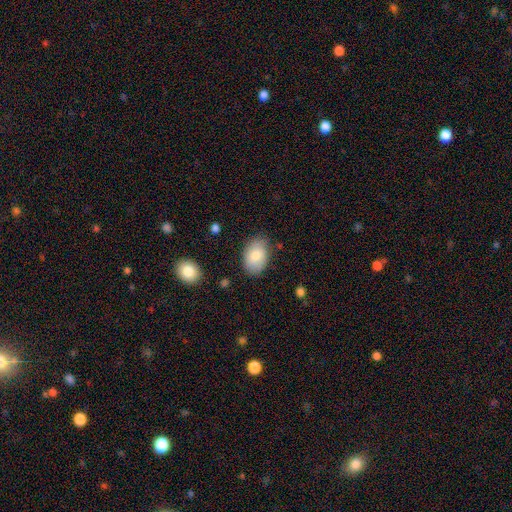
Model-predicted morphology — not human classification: Smooth or featured? smooth (80%)
How rounded? in between (88%)
Merging? none (79%)